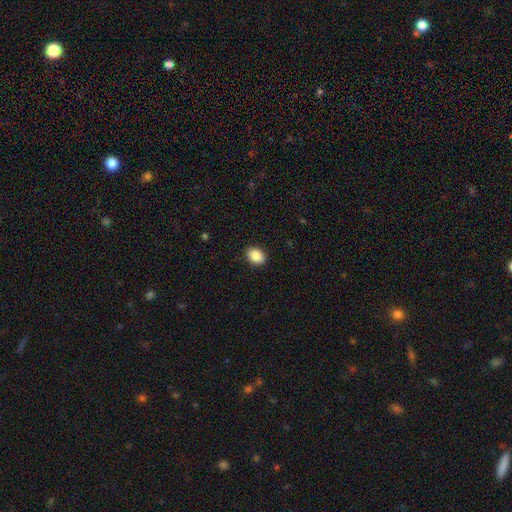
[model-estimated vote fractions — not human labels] The model was most divided on "how rounded": in between: 75%, round: 24%, cigar-shaped: 1%. More confident: merging — none (90%); smooth or featured — smooth (88%).